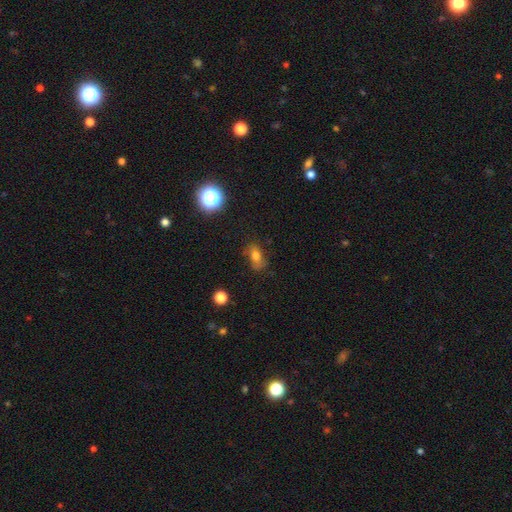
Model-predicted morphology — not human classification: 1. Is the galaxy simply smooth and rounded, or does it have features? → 68% smooth, 17% star or artifact, 16% featured or disk.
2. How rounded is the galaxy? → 79% in between, 16% round, 5% cigar-shaped.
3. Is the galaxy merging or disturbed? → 62% none, 25% minor disturbance, 10% major disturbance, 3% merger.